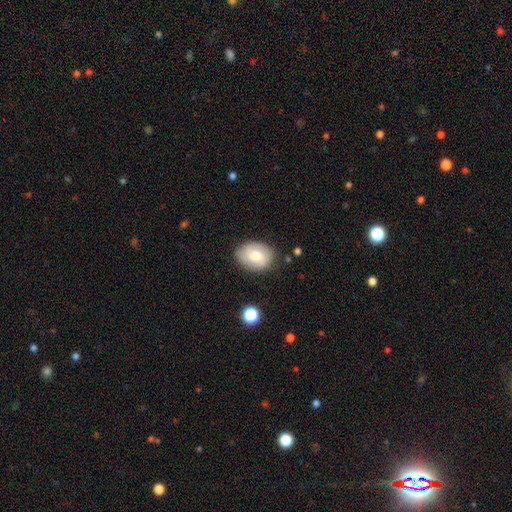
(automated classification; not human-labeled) A smooth galaxy with no disk features (57%) that is in between round and cigar-shaped (66%). Merging: none (78%).